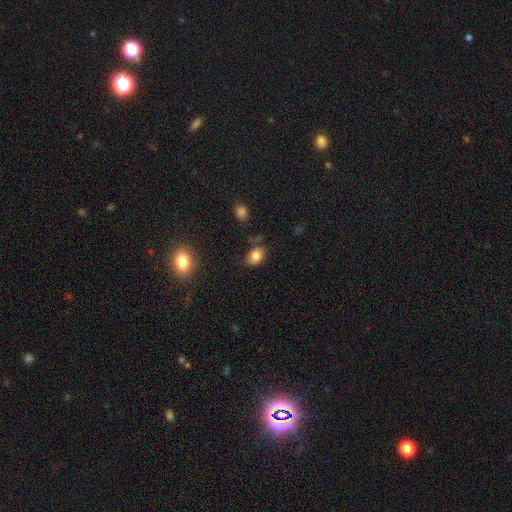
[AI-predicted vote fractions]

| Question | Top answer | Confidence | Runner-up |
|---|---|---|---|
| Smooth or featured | smooth | 81% | star or artifact (10%) |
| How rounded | in between | 78% | round (20%) |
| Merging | none | 75% | minor disturbance (17%) |